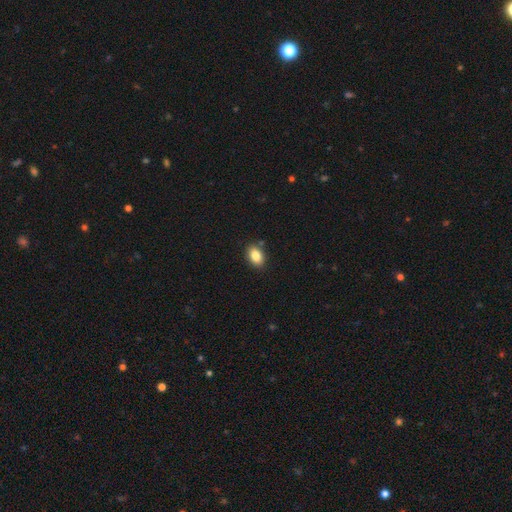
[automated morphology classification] smooth-or-featured: smooth: 86% | star or artifact: 9% | featured or disk: 6%
  how-rounded: in between: 84% | round: 14% | cigar-shaped: 1%
  merging: none: 86% | minor disturbance: 9% | merger: 2% | major disturbance: 2%